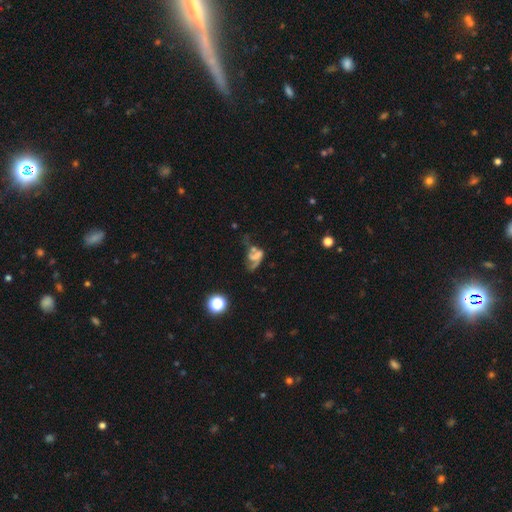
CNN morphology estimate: Smooth or featured: featured or disk — 43% (smooth — 36%)
Merging: major disturbance — 36% (merger — 27%)